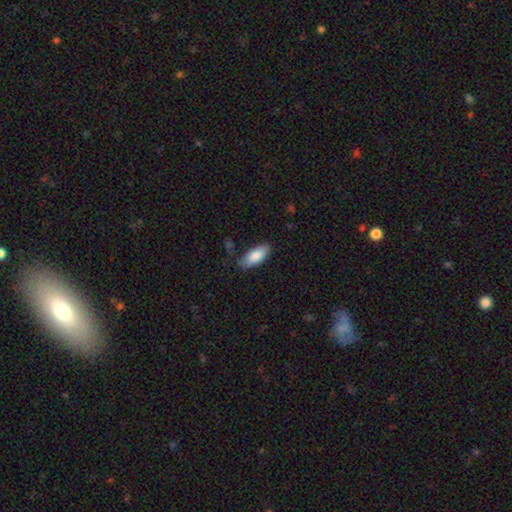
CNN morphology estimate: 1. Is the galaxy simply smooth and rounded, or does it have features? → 82% smooth, 12% featured or disk, 6% star or artifact.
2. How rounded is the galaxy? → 87% in between, 11% cigar-shaped, 2% round.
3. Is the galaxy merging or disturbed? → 71% none, 22% minor disturbance, 5% major disturbance, 3% merger.